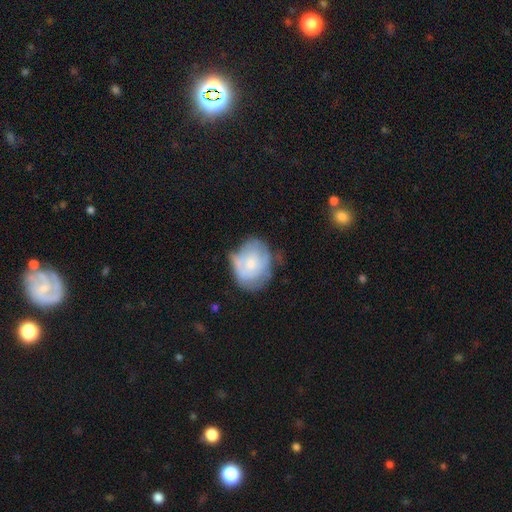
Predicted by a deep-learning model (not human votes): Q: Smooth or featured?
A: smooth (48%); runner-up: featured or disk (45%)
Q: Merging?
A: none (43%); runner-up: minor disturbance (34%)